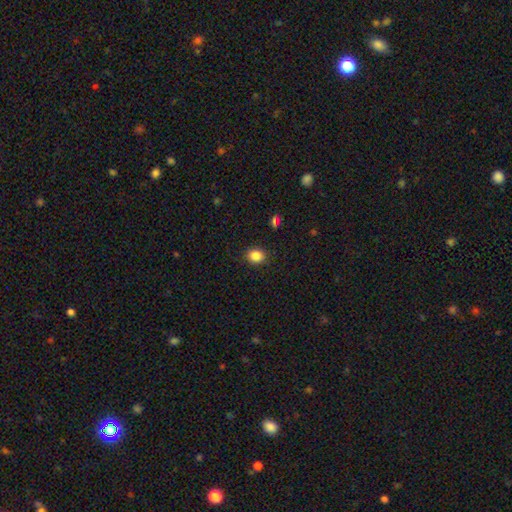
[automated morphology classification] type=smooth (85%); roundness=round (65%); merging=none (89%).